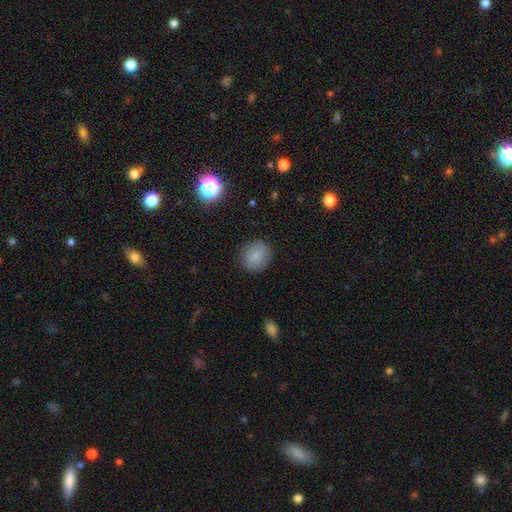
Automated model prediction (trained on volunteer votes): This appears to be a smooth galaxy with no disk features (84%) that is round (74%). Merging: none (86%).